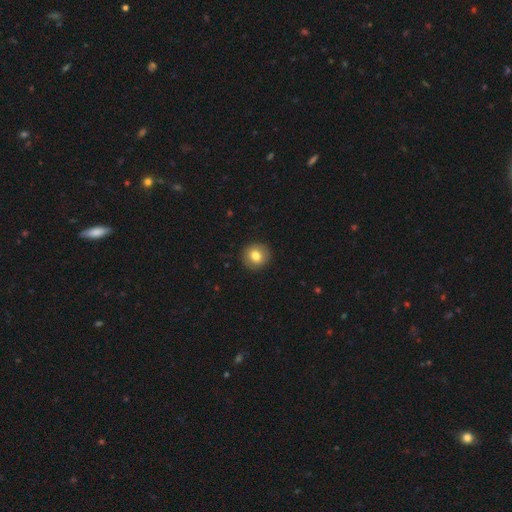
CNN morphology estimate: Smooth or featured? Predicted: smooth (p=0.80). How rounded? Predicted: round (p=0.91). Merging? Predicted: none (p=0.92).